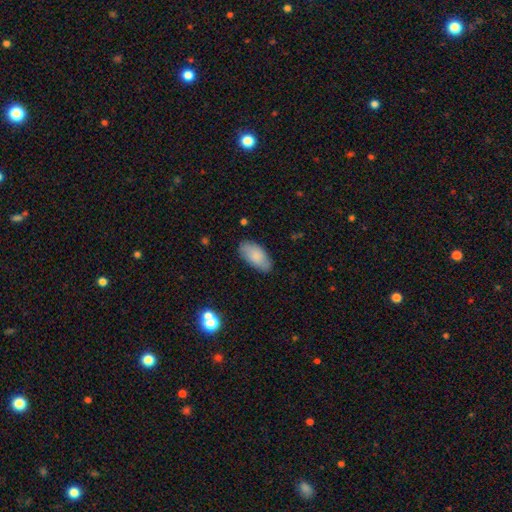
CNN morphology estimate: smooth 84%, featured or disk 10%, star or artifact 6%. Down the decision tree: how rounded — in between (94%); merging — none (81%).